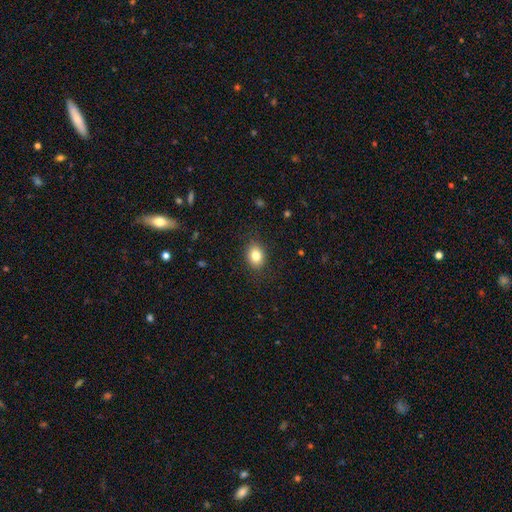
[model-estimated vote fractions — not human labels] smooth_or_featured: smooth (p=0.82) [alt: star or artifact p=0.10]
how_rounded: in between (p=0.56) [alt: round p=0.44]
merging: none (p=0.86) [alt: minor disturbance p=0.10]